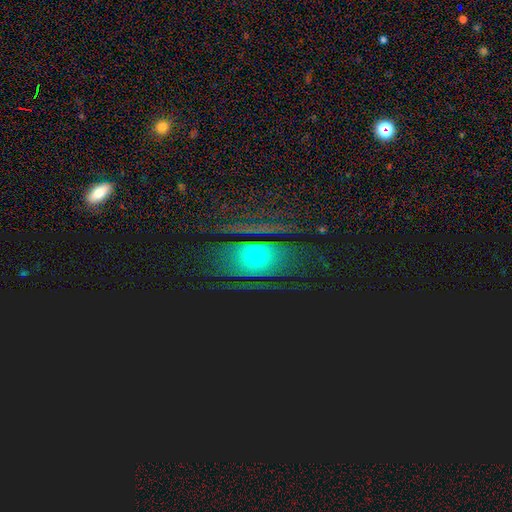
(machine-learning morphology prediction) type=featured or disk (56%); edge-on=no (83%); merging=none (69%).